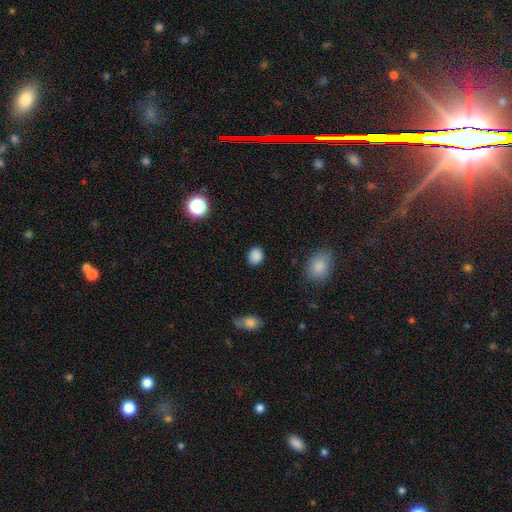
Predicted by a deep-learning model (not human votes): Q: Smooth or featured?
A: smooth (86%); runner-up: star or artifact (11%)
Q: How rounded?
A: round (54%); runner-up: in between (45%)
Q: Merging?
A: none (85%); runner-up: minor disturbance (11%)